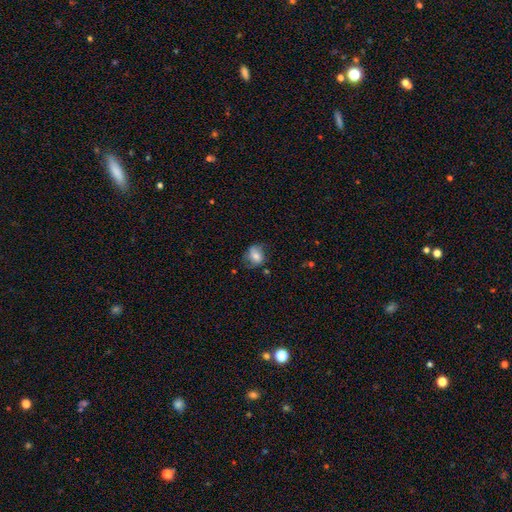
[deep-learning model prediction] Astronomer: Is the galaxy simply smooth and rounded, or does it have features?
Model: smooth — 66%.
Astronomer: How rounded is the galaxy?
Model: in between — 52% (runner-up: round, 46%).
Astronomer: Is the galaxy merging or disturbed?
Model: none — 61%.